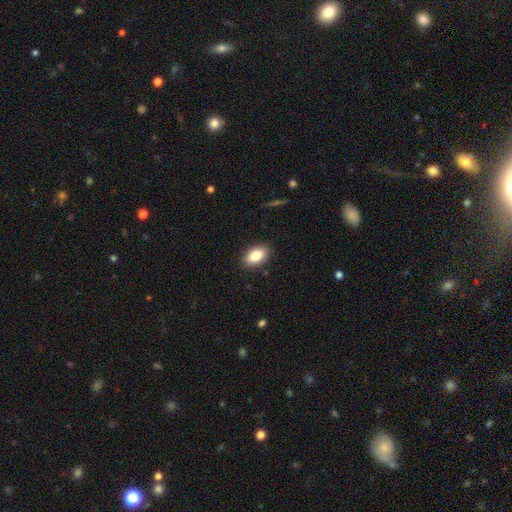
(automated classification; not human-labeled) Morphology: type=smooth (84%); roundness=in between (91%); merging=none (89%).